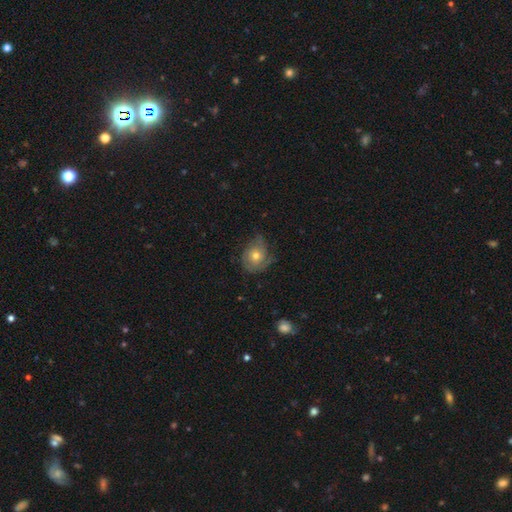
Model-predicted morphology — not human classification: Smooth or featured: featured or disk — 50% (smooth — 42%)
Merging: none — 58% (minor disturbance — 30%)